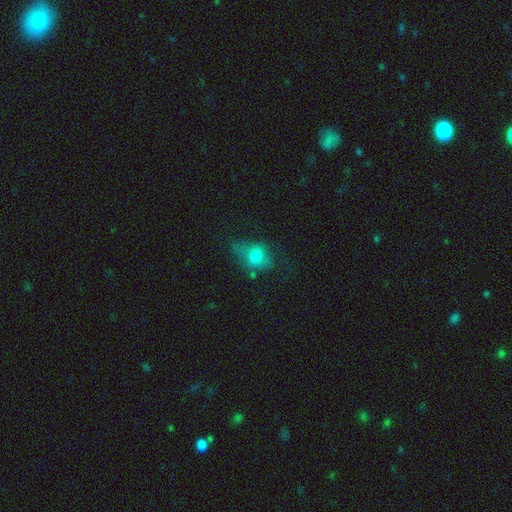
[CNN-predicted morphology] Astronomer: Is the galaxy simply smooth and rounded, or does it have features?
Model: smooth — 69%.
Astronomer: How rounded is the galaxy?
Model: in between — 71%.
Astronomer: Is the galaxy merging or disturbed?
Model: none — 37% (runner-up: minor disturbance, 29%).